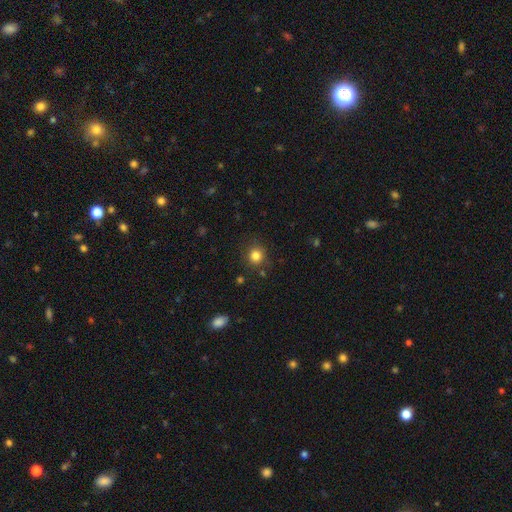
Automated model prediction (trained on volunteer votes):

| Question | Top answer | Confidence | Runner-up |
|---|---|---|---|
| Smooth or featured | smooth | 82% | star or artifact (12%) |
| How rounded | round | 90% | in between (9%) |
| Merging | none | 86% | minor disturbance (9%) |